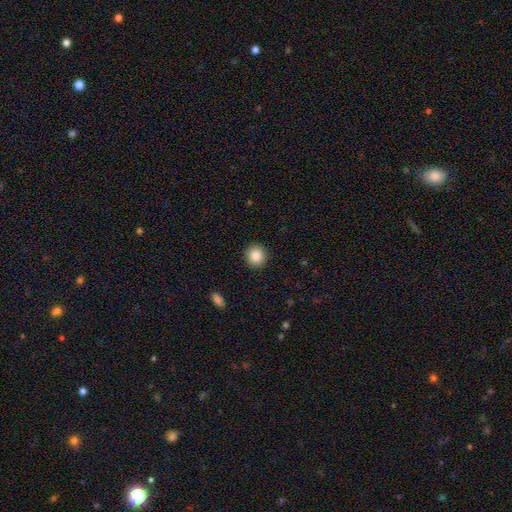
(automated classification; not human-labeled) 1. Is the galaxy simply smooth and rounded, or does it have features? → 86% smooth, 9% star or artifact, 5% featured or disk.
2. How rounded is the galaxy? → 88% round, 11% in between, 1% cigar-shaped.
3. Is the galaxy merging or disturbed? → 91% none, 6% minor disturbance, 2% major disturbance, 1% merger.